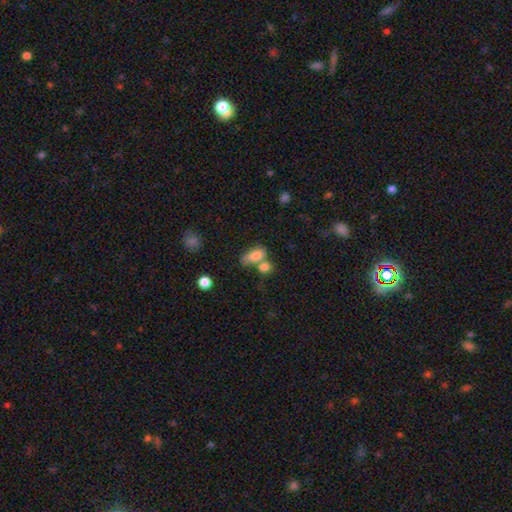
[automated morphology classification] This is likely a smooth galaxy (77%). How rounded: likely in between (80%). Merging: marginally merger (43%).